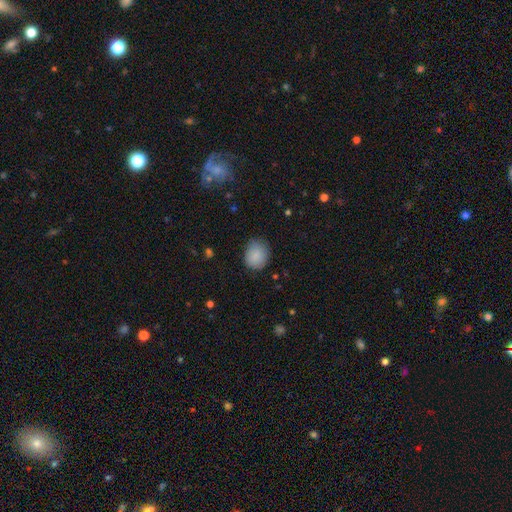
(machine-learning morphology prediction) Smooth or featured?
  - smooth: 87% *
  - star or artifact: 8%
  - featured or disk: 5%
How rounded?
  - round: 61% *
  - in between: 39%
  - cigar-shaped: 1%
Merging?
  - none: 75% *
  - minor disturbance: 20%
  - major disturbance: 4%
  - merger: 1%